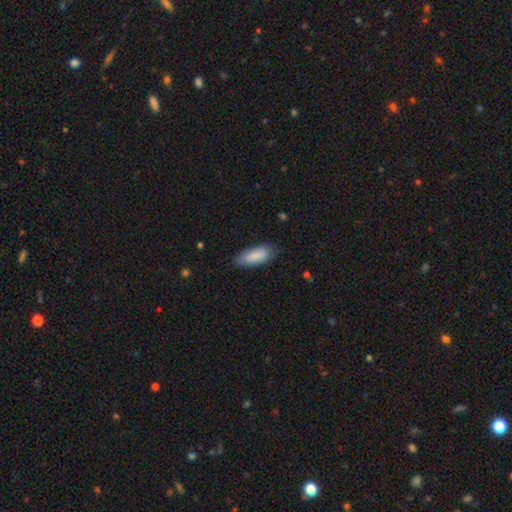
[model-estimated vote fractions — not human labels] Q: Smooth or featured?
A: smooth (85%); runner-up: featured or disk (10%)
Q: How rounded?
A: in between (75%); runner-up: cigar-shaped (23%)
Q: Merging?
A: none (73%); runner-up: minor disturbance (22%)